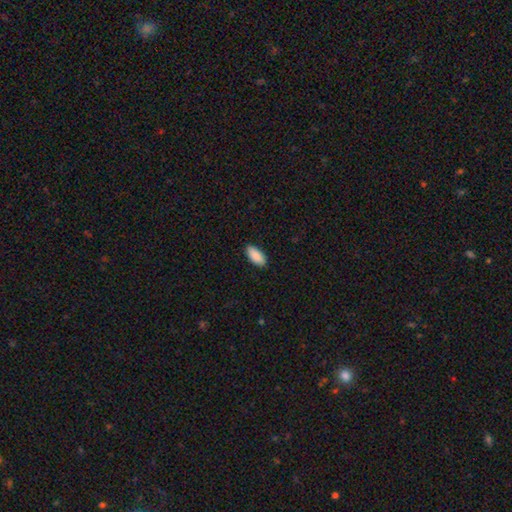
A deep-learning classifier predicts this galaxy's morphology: This is clearly a smooth galaxy (89%). How rounded: clearly in between (90%). Merging: clearly none (88%).